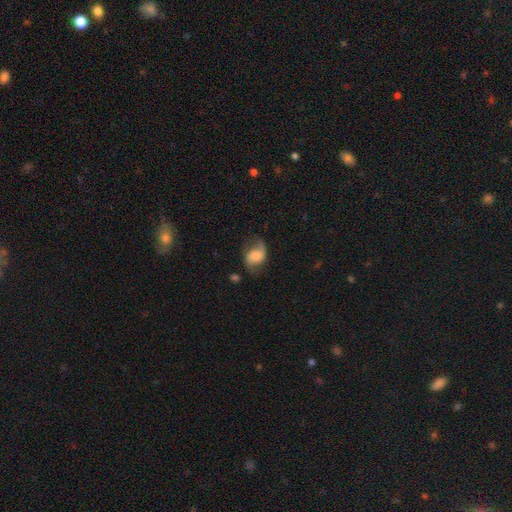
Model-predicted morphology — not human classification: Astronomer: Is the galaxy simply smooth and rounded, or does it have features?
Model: featured or disk — 59%.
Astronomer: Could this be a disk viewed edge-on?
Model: no — 97%.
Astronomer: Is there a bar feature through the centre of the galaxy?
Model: no — 57% (runner-up: weak, 34%).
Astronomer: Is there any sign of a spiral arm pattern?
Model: yes — 92%.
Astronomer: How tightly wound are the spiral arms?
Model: loose — 61%.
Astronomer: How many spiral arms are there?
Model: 2 — 85%.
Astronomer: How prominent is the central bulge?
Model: moderate — 32% (runner-up: small, 24%).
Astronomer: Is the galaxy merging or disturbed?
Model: none — 61%.